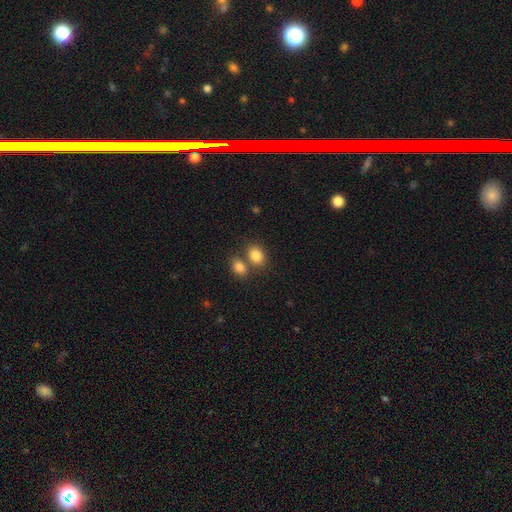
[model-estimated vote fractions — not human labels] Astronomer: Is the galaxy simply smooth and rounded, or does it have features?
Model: smooth — 84%.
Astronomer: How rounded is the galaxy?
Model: in between — 61% (runner-up: round, 38%).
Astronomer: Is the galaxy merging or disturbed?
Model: none — 52% (runner-up: merger, 36%).